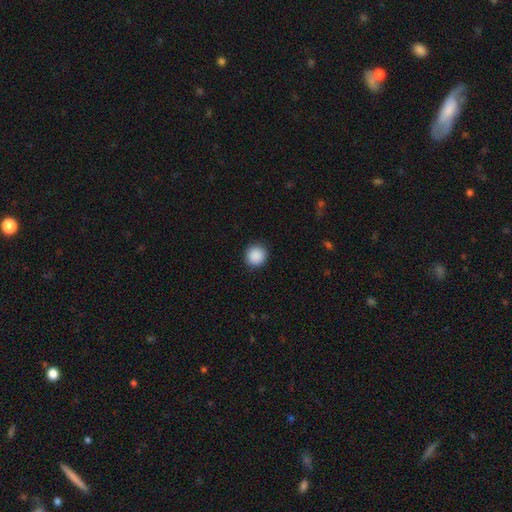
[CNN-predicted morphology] Smooth or featured: smooth — 90% (star or artifact — 8%)
How rounded: round — 94% (in between — 5%)
Merging: none — 92% (minor disturbance — 5%)